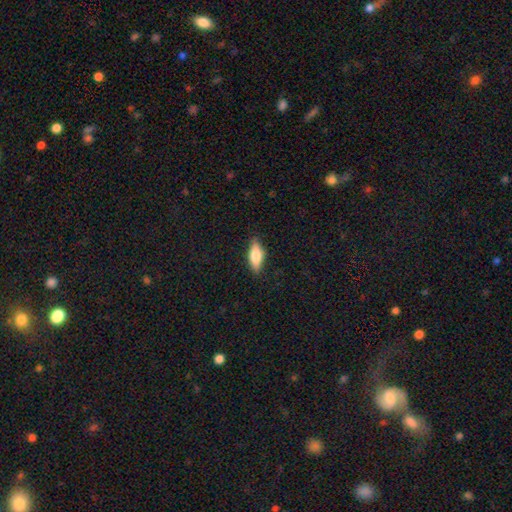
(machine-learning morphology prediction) Smooth or featured? smooth (70%)
How rounded? in between (67%)
Merging? none (85%)